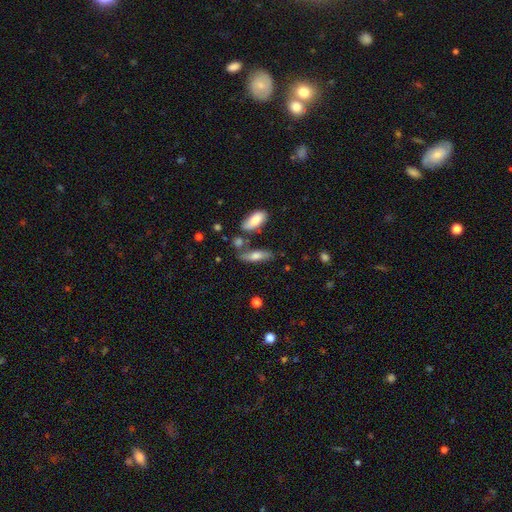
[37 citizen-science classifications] Morphology: type=featured or disk (49%); edge-on=yes (78%); edge-on bulge=rounded (71%); merging=none (62%).